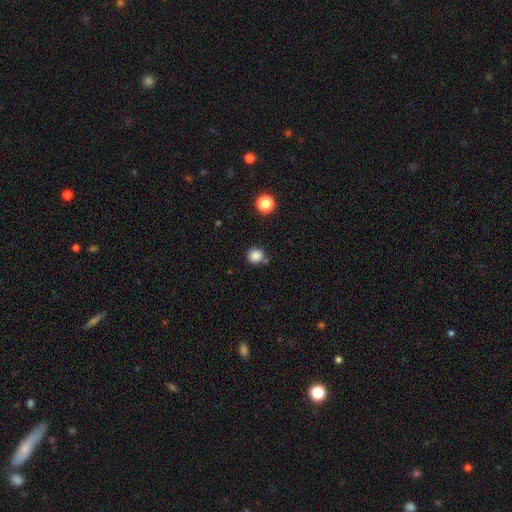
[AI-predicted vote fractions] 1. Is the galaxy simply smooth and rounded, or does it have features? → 85% smooth, 11% star or artifact, 4% featured or disk.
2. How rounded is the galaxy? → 91% round, 8% in between, 1% cigar-shaped.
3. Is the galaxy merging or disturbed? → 75% none, 14% minor disturbance, 7% merger, 4% major disturbance.